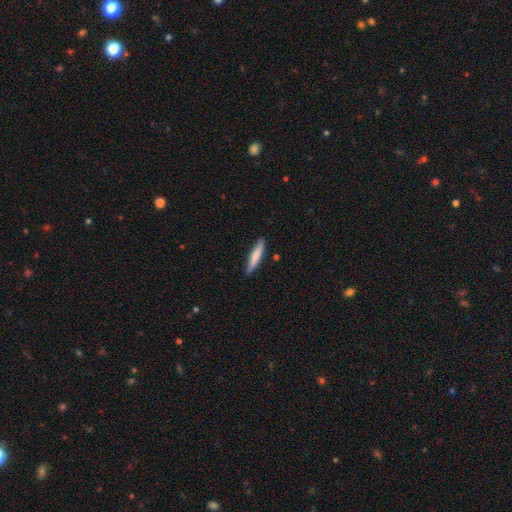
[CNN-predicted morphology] This is likely a smooth galaxy (75%). How rounded: clearly cigar-shaped (89%). Merging: clearly none (87%).